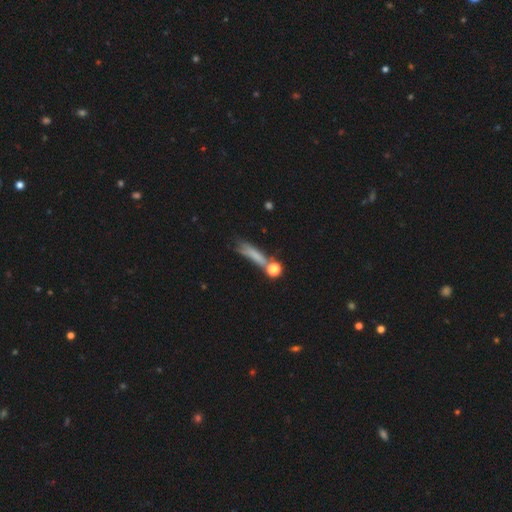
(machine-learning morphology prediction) Smooth or featured: smooth — 64% (featured or disk — 22%)
How rounded: cigar-shaped — 73% (in between — 18%)
Merging: none — 51% (minor disturbance — 21%)